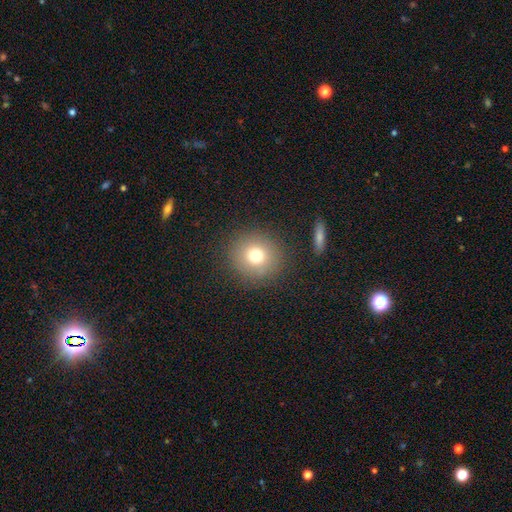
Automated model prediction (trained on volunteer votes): smooth 74%, star or artifact 13%, featured or disk 13%. Down the decision tree: how rounded — round (92%); merging — none (87%).